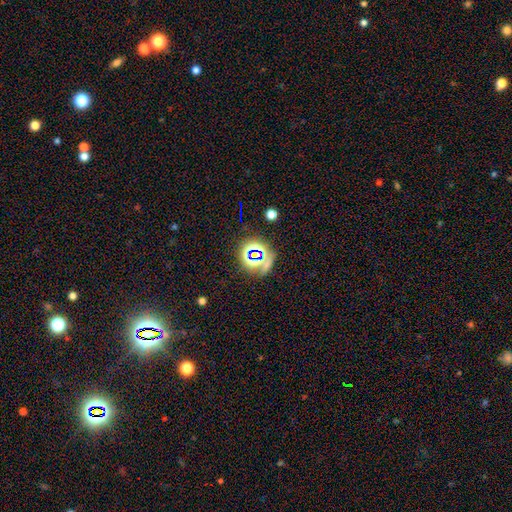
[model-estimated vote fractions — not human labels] Smooth or featured?
  - star or artifact: 62% *
  - smooth: 26%
  - featured or disk: 11%